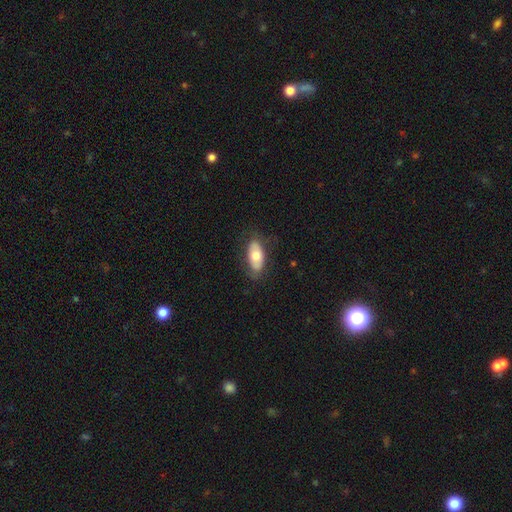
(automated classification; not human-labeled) Smooth or featured? smooth (66%)
How rounded? in between (89%)
Merging? none (79%)